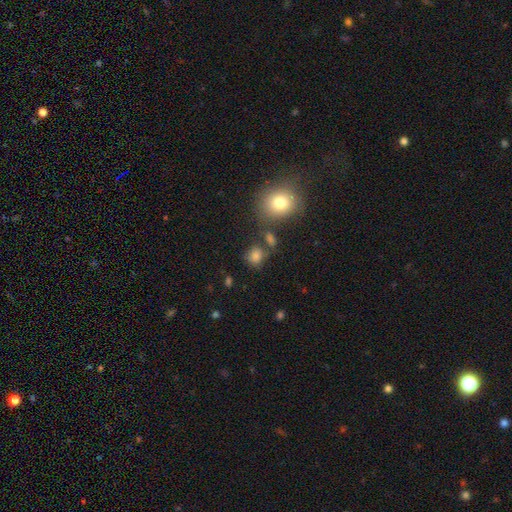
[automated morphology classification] Smooth or featured?
  - smooth: 80% *
  - star or artifact: 13%
  - featured or disk: 7%
How rounded?
  - round: 68% *
  - in between: 30%
  - cigar-shaped: 1%
Merging?
  - none: 66% *
  - minor disturbance: 15%
  - merger: 13%
  - major disturbance: 6%